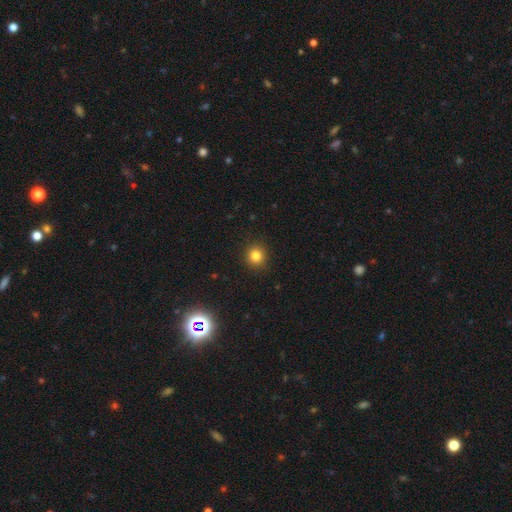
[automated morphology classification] type=smooth (82%); roundness=round (92%); merging=none (91%).